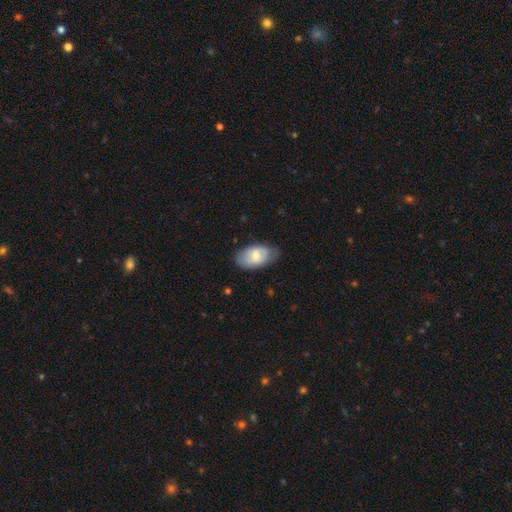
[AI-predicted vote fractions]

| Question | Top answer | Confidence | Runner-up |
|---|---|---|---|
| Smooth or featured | smooth | 64% | featured or disk (30%) |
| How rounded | in between | 94% | round (4%) |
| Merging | none | 69% | minor disturbance (25%) |